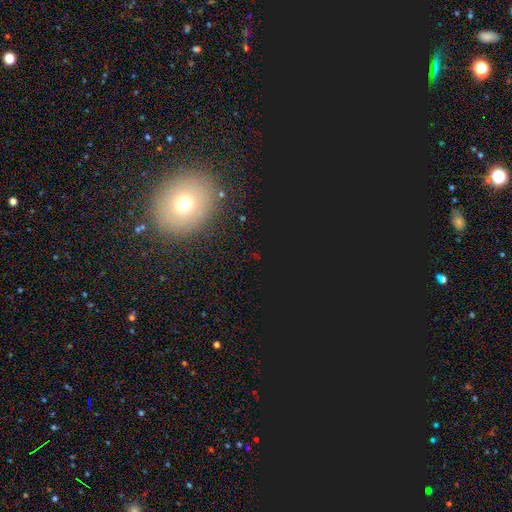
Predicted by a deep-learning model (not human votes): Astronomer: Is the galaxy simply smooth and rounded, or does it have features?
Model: star or artifact — 79%.